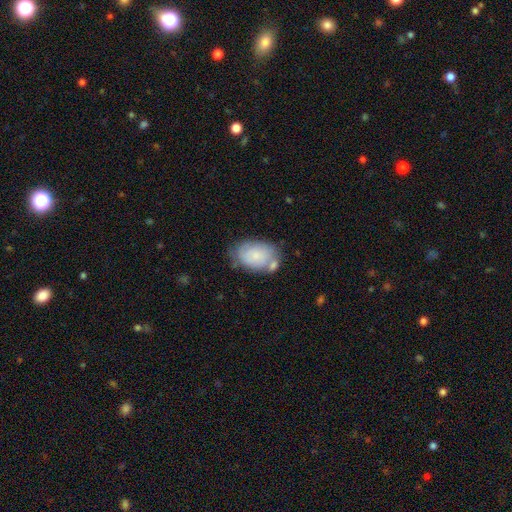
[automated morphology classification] smooth-or-featured: smooth: 69% | featured or disk: 24% | star or artifact: 7%
  how-rounded: in between: 88% | round: 11% | cigar-shaped: 1%
  merging: none: 51% | minor disturbance: 24% | merger: 18% | major disturbance: 7%